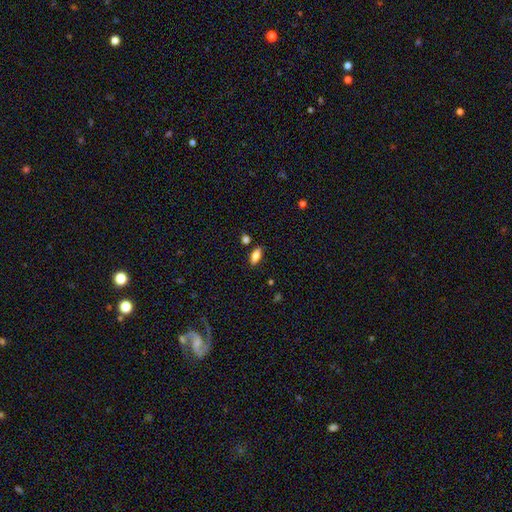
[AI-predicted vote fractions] smooth_or_featured: smooth (p=0.79) [alt: featured or disk p=0.13]
how_rounded: in between (p=0.84) [alt: cigar-shaped p=0.12]
merging: none (p=0.84) [alt: minor disturbance p=0.10]